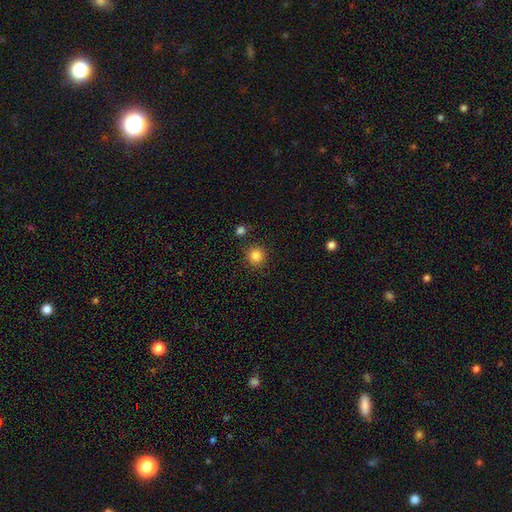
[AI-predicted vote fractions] Smooth or featured?
  - smooth: 85% *
  - star or artifact: 11%
  - featured or disk: 4%
How rounded?
  - round: 93% *
  - in between: 6%
  - cigar-shaped: 1%
Merging?
  - none: 87% *
  - minor disturbance: 7%
  - merger: 3%
  - major disturbance: 2%